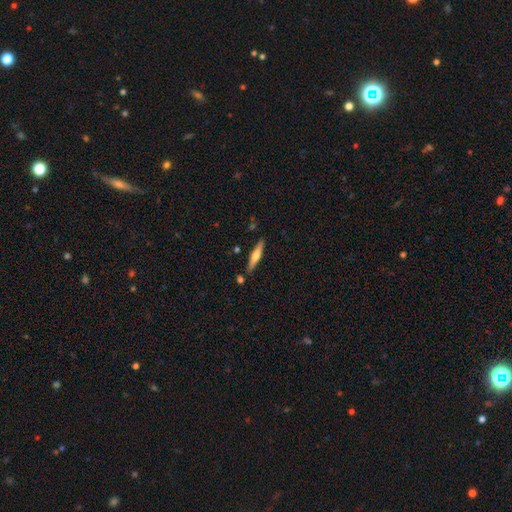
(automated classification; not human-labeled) Q: Smooth or featured?
A: featured or disk (50%); runner-up: smooth (44%)
Q: Edge-on disk?
A: yes (96%); runner-up: no (4%)
Q: Merging?
A: none (85%); runner-up: minor disturbance (10%)